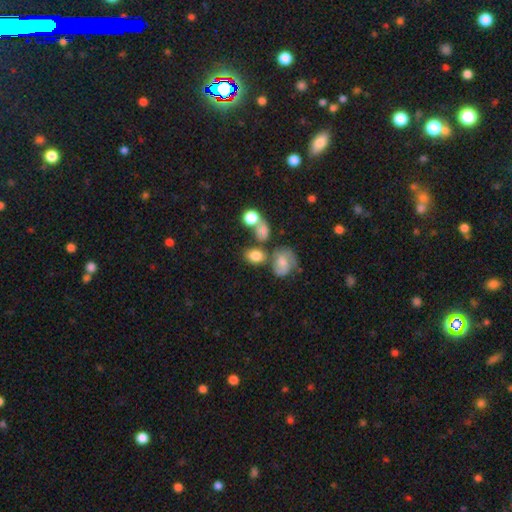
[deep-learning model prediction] smooth 75%, featured or disk 14%, star or artifact 11%. Down the decision tree: how rounded — in between (64%); merging — none (47%).